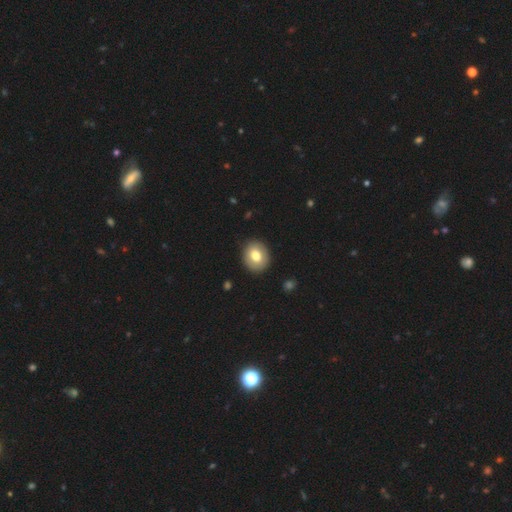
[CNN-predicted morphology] Overall: smooth (76%). How rounded: round (65%; in between 34%). Merging: none (90%).